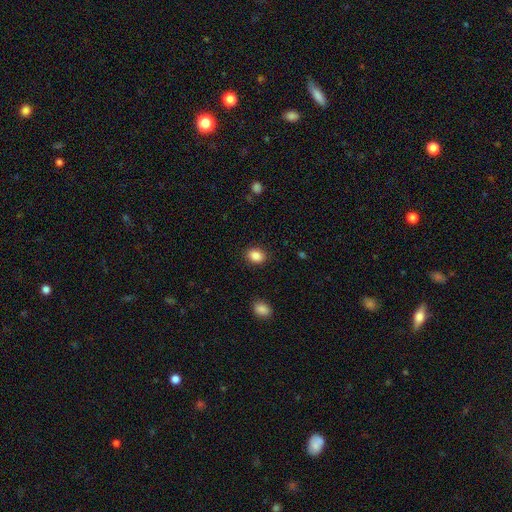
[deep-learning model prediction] A smooth galaxy with no disk features (88%) that is in between round and cigar-shaped (61%). Merging: none (88%).